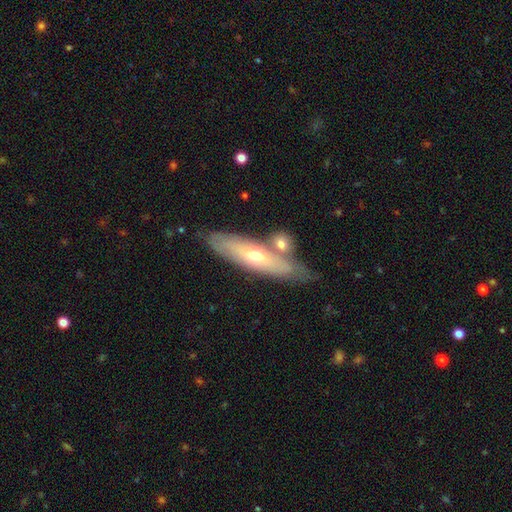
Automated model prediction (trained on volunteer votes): smooth_or_featured: featured or disk (p=0.49) [alt: smooth p=0.45]
merging: none (p=0.60) [alt: merger p=0.19]